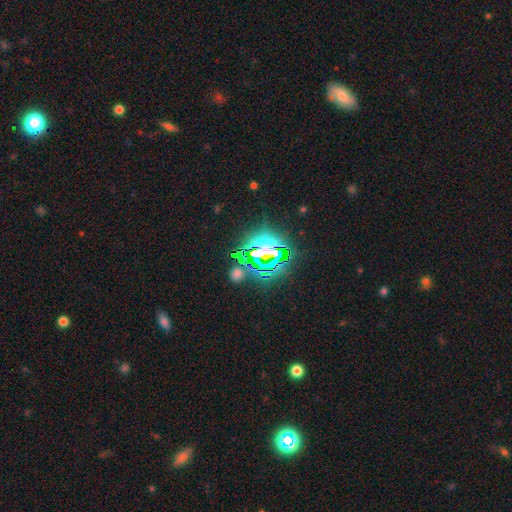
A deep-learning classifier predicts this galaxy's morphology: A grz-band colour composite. It shows a star or artifact, not a galaxy (80%).